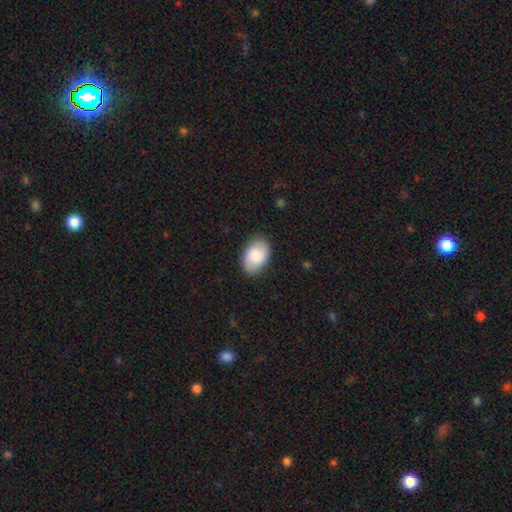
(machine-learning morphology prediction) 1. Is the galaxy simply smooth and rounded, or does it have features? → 77% smooth, 17% featured or disk, 6% star or artifact.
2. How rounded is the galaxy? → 89% in between, 10% round, 1% cigar-shaped.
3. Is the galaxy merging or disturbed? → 84% none, 12% minor disturbance, 3% major disturbance, 1% merger.